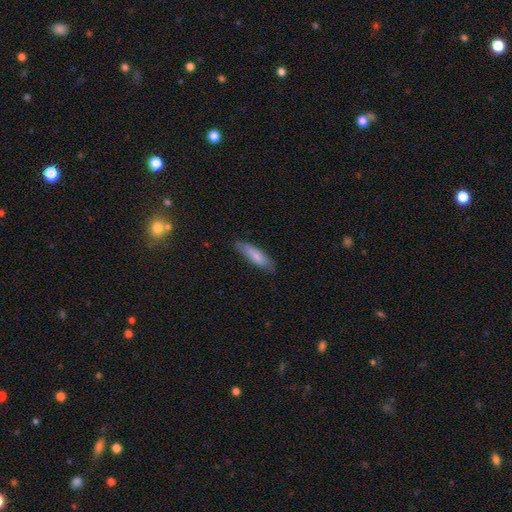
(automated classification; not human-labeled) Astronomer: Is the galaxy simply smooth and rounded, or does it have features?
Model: smooth — 76%.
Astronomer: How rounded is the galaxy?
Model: cigar-shaped — 65%.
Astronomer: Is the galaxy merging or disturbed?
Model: none — 76%.